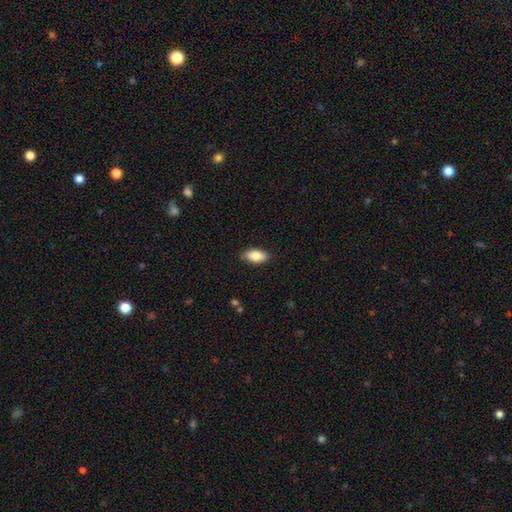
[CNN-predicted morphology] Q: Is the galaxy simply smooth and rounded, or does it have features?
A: smooth — 84%.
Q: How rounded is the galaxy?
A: in between — 90%.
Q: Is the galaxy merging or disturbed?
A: none — 86%.